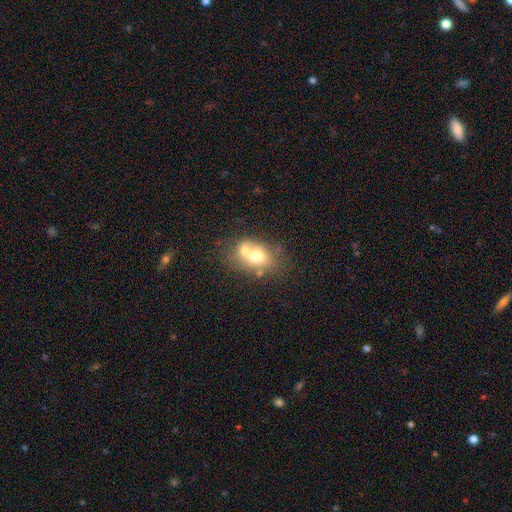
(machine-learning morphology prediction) type=smooth (63%); roundness=in between (60%); merging=merger (58%).